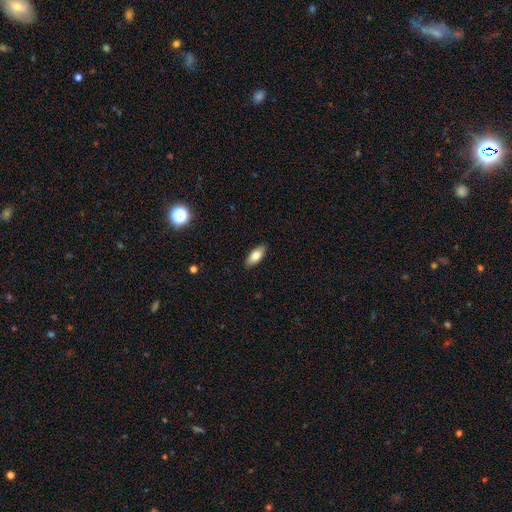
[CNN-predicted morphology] Smooth or featured? Predicted: smooth (p=0.78). How rounded? Predicted: in between (p=0.82). Merging? Predicted: none (p=0.89).